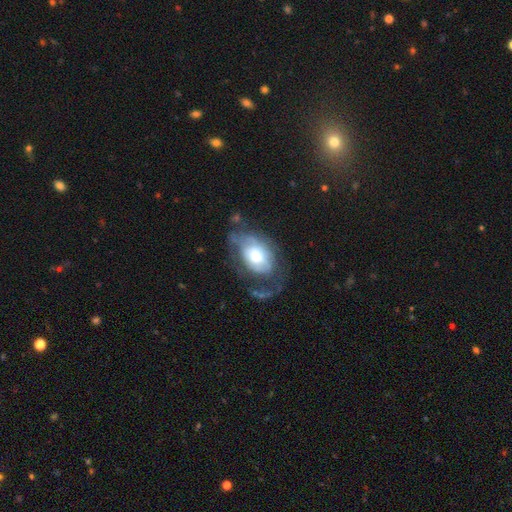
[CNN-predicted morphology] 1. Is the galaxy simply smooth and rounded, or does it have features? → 64% featured or disk, 29% smooth, 7% star or artifact.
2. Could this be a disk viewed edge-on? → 95% no, 5% yes.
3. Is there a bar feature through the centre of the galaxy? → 76% no, 20% weak, 4% strong.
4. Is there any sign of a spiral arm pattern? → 69% yes, 31% no.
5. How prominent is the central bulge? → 46% moderate, 39% large, 9% small, 4% dominant, 2% none.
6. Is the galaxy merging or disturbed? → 35% none (tied), 35% major disturbance (tied), 26% minor disturbance, 4% merger.